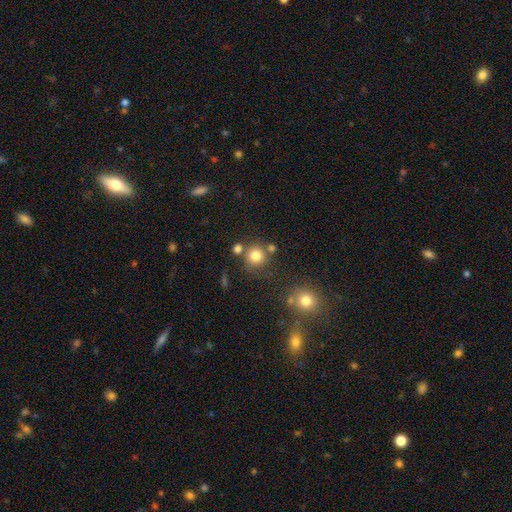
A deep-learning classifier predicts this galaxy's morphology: Smooth or featured?
  - smooth: 79% *
  - star or artifact: 13%
  - featured or disk: 8%
How rounded?
  - round: 91% *
  - in between: 8%
  - cigar-shaped: 1%
Merging?
  - none: 71% *
  - merger: 14%
  - minor disturbance: 11%
  - major disturbance: 4%